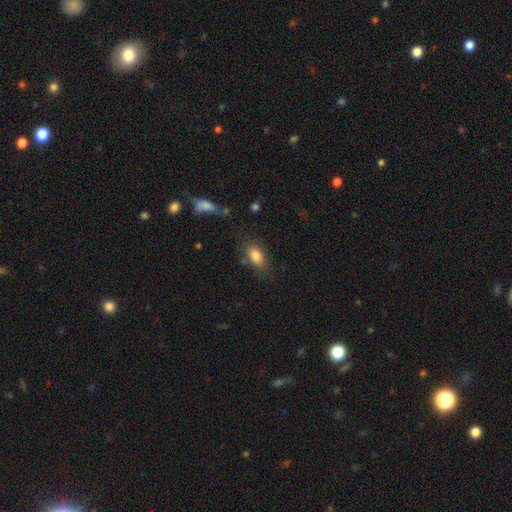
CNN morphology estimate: smooth 82%, featured or disk 9%, star or artifact 8%. Down the decision tree: how rounded — in between (86%); merging — none (74%).